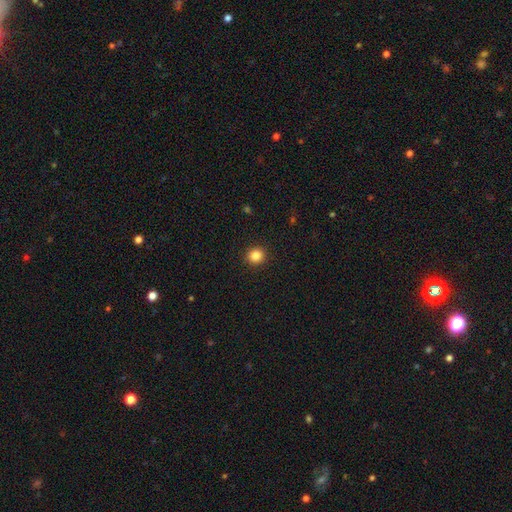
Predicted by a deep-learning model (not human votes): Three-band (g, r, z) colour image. It shows a smooth galaxy with no disk features (85%) that is round (88%). Merging: none (92%).